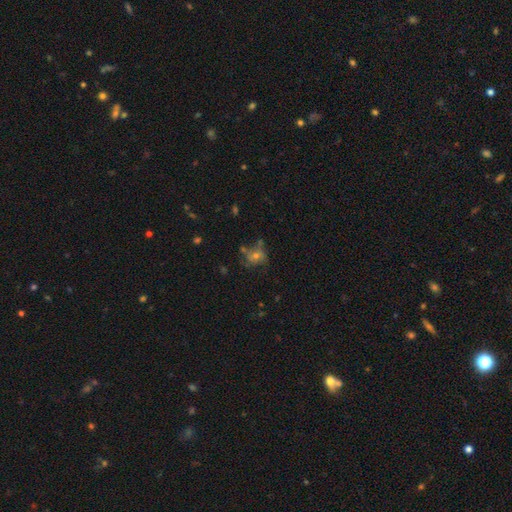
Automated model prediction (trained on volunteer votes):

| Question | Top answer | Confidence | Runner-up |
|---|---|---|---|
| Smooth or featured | smooth | 42% | featured or disk (35%) |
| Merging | none | 54% | minor disturbance (21%) |